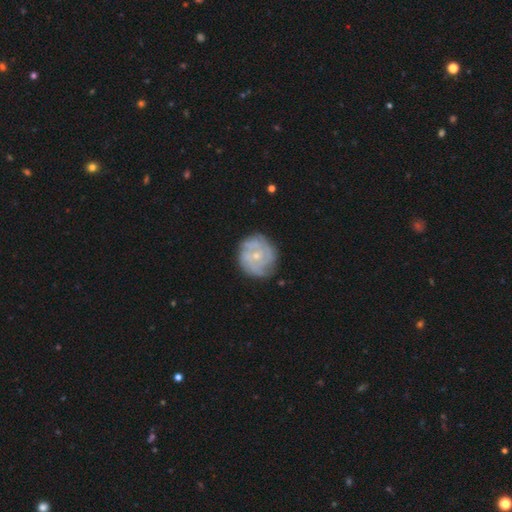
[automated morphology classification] Overall: featured or disk (71%). Edge-on disk: no (98%). Bar: no (73%). Spiral arms: yes (86%). Spiral arm count: can't tell (42%; 3 19%). Spiral winding: tight (63%; medium 28%). Bulge size: small (66%; moderate 29%). Merging: none (77%).